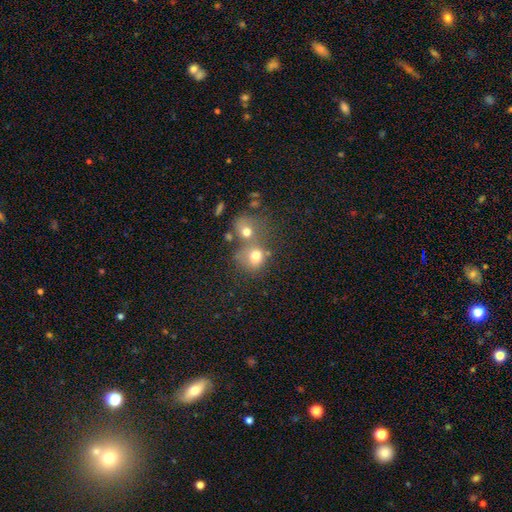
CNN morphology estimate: The model was most divided on "merging": merger: 52%, none: 31%, minor disturbance: 10%, major disturbance: 7%. More confident: smooth or featured — smooth (73%); how rounded — round (67%).